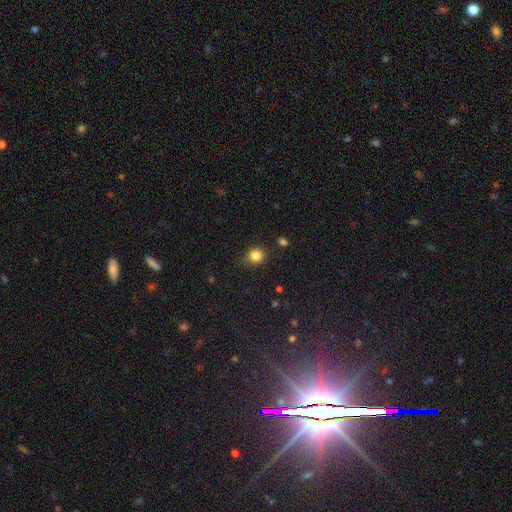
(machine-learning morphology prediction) A smooth galaxy with no disk features (84%) that is round (83%).

Vote fractions:
- Smooth or featured? smooth: 84% / star or artifact: 12% / featured or disk: 5%
- How rounded? round: 83% / in between: 16% / cigar-shaped: 1%
- Merging? none: 82% / minor disturbance: 13% / major disturbance: 3% / merger: 2%